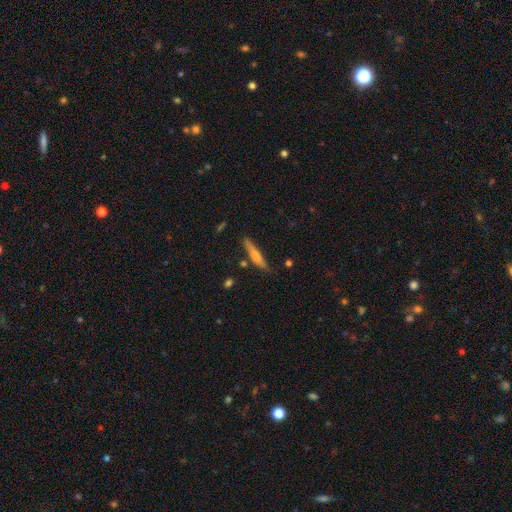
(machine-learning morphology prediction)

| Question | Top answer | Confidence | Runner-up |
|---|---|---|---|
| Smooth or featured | smooth | 66% | featured or disk (28%) |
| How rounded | cigar-shaped | 89% | in between (9%) |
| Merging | none | 72% | minor disturbance (20%) |